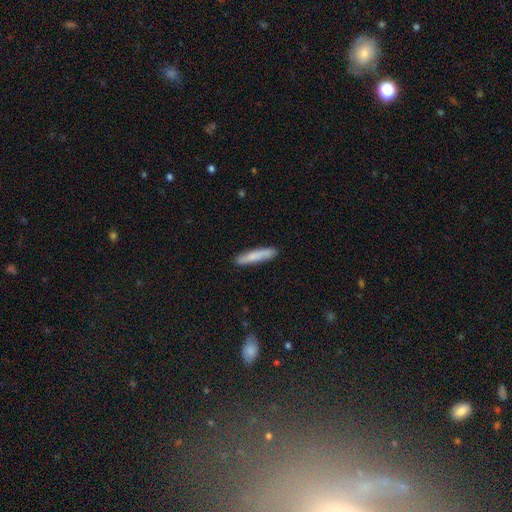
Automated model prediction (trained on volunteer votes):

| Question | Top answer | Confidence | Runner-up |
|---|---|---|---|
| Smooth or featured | smooth | 78% | featured or disk (17%) |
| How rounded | cigar-shaped | 90% | in between (8%) |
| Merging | none | 89% | minor disturbance (9%) |